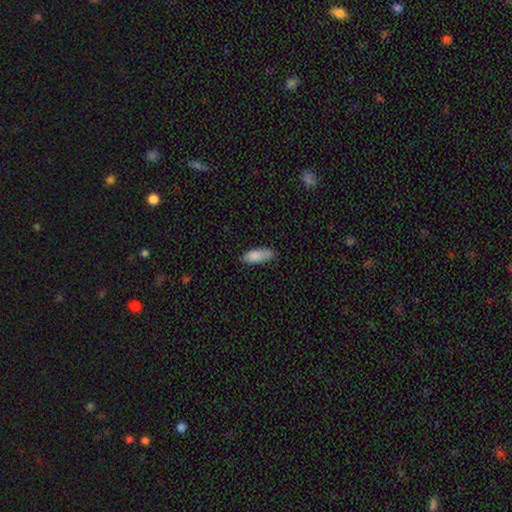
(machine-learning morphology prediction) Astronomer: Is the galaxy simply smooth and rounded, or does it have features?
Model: smooth — 86%.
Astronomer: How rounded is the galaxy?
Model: in between — 70%.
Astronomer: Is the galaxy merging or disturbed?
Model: none — 77%.